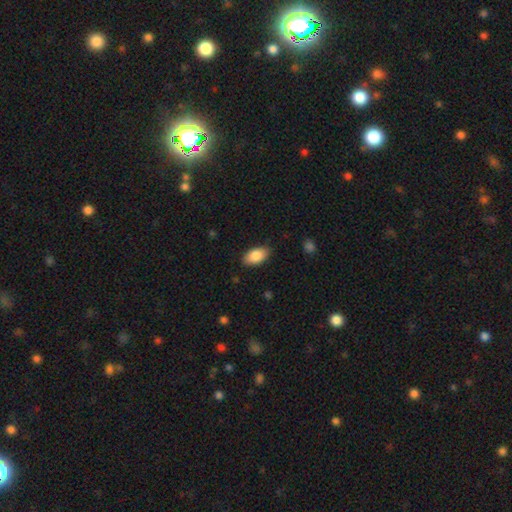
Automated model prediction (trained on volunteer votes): Smooth or featured?
  - smooth: 86% *
  - featured or disk: 8%
  - star or artifact: 6%
How rounded?
  - in between: 94% *
  - cigar-shaped: 3%
  - round: 3%
Merging?
  - none: 86% *
  - minor disturbance: 11%
  - major disturbance: 2%
  - merger: 1%